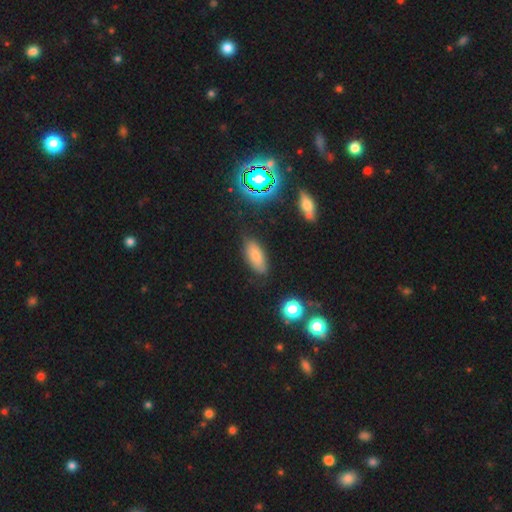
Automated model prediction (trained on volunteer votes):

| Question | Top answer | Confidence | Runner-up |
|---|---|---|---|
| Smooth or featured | smooth | 79% | star or artifact (11%) |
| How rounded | in between | 81% | cigar-shaped (16%) |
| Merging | none | 83% | minor disturbance (12%) |